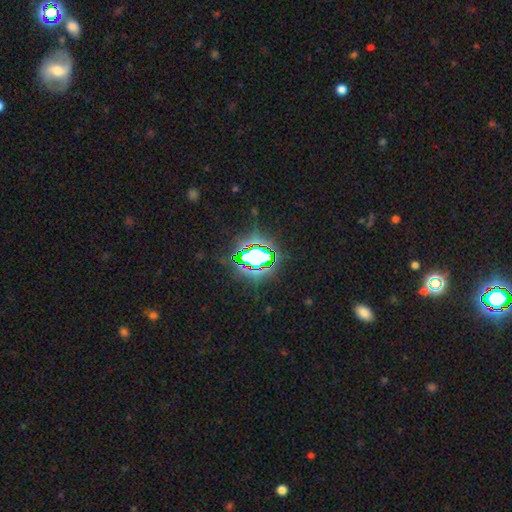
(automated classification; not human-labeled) Smooth or featured: star or artifact — 72% (smooth — 18%)